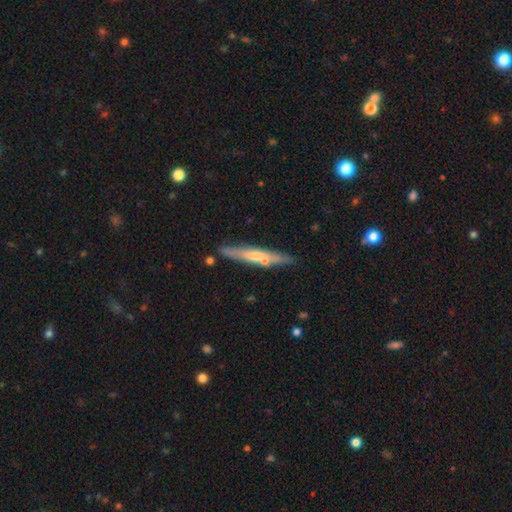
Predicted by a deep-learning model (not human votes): Smooth or featured? Predicted: featured or disk (p=0.58). Edge-on disk? Predicted: yes (p=0.90). Edge-on bulge? Predicted: rounded (p=0.58). Merging? Predicted: none (p=0.80).